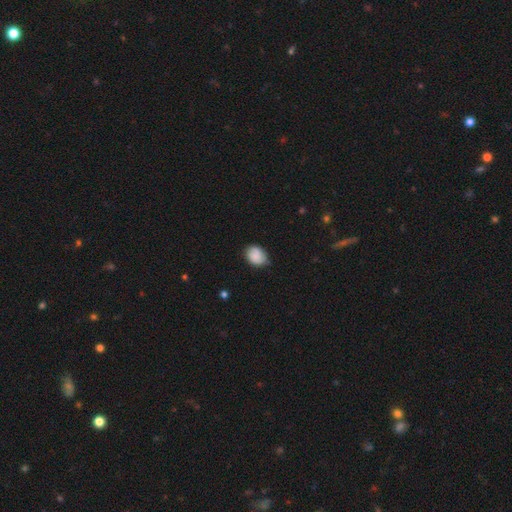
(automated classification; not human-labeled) smooth 80%, featured or disk 13%, star or artifact 8%. Down the decision tree: how rounded — in between (59%); merging — none (68%).